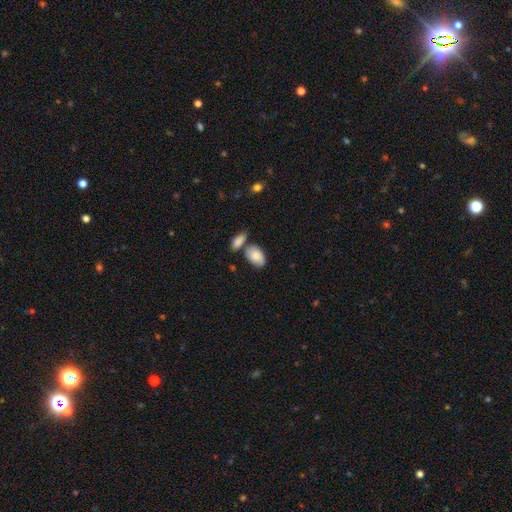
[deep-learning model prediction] A smooth galaxy with no disk features (82%) that is in between round and cigar-shaped (91%).

Vote fractions:
- Smooth or featured? smooth: 82% / featured or disk: 12% / star or artifact: 6%
- How rounded? in between: 91% / round: 7% / cigar-shaped: 2%
- Merging? none: 53% / merger: 27% / minor disturbance: 16% / major disturbance: 5%